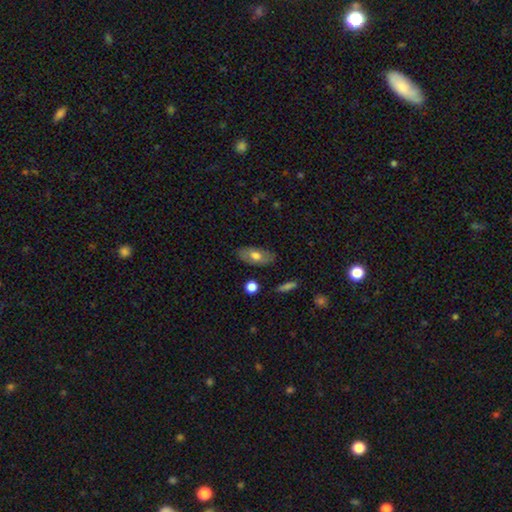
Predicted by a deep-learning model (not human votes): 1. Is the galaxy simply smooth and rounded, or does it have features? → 65% smooth, 29% featured or disk, 7% star or artifact.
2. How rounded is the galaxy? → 88% in between, 8% cigar-shaped, 4% round.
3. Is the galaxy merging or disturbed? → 80% none, 15% minor disturbance, 3% major disturbance, 2% merger.